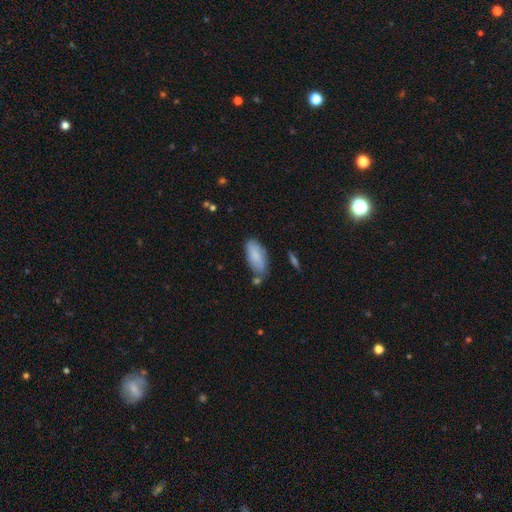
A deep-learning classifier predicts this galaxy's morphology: Smooth or featured? Predicted: smooth (p=0.82). How rounded? Predicted: in between (p=0.86). Merging? Predicted: none (p=0.62).